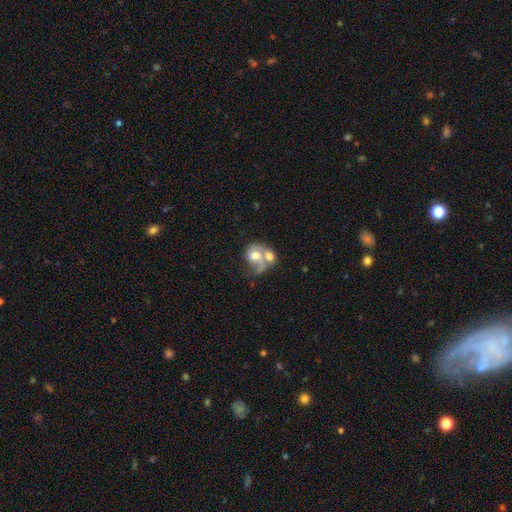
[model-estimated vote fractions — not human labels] Smooth or featured? smooth (49%)
Merging? merger (64%)